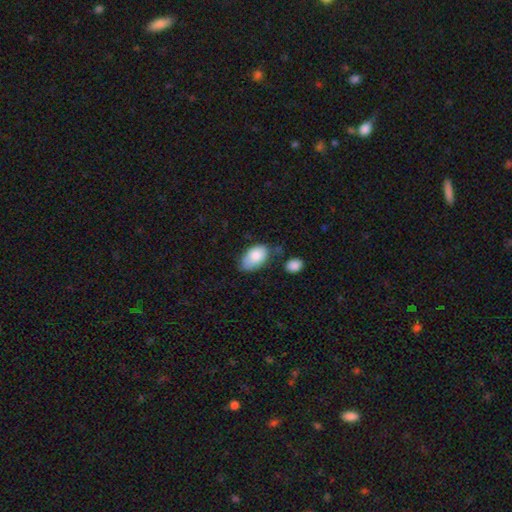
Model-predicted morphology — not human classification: type=smooth (83%); roundness=in between (93%); merging=none (49%).